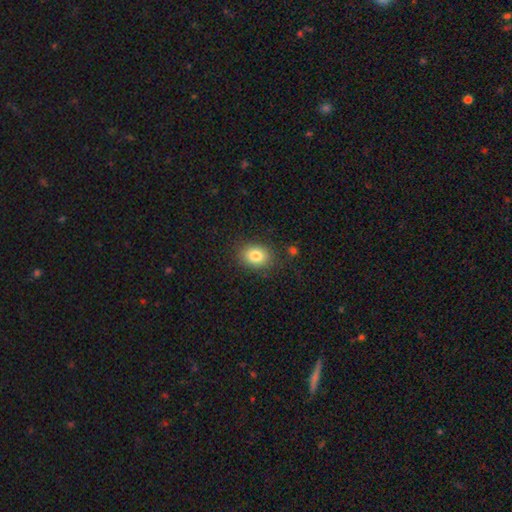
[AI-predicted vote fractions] Smooth or featured: smooth — 83% (star or artifact — 10%)
How rounded: in between — 56% (round — 43%)
Merging: none — 85% (minor disturbance — 10%)